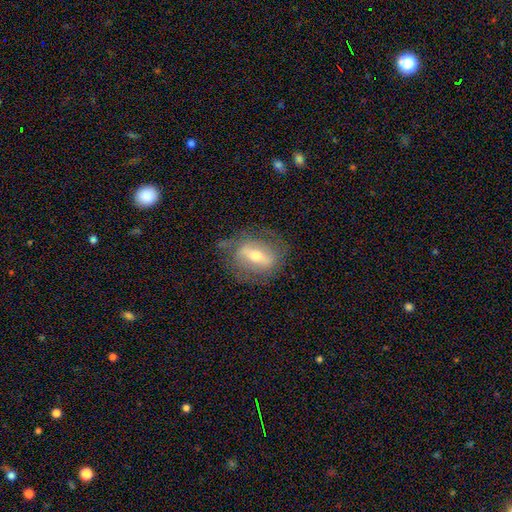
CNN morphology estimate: smooth-or-featured: featured or disk: 64% | smooth: 28% | star or artifact: 8%
  disk-edge-on: no: 78% | yes: 22%
    bar: strong: 59% | weak: 27% | no: 14%
    has-spiral-arms: no: 59% | yes: 41%
    bulge-size: moderate: 63% | small: 28% | large: 6% | none: 1% | dominant: 1%
  merging: none: 67% | minor disturbance: 20% | major disturbance: 11% | merger: 2%